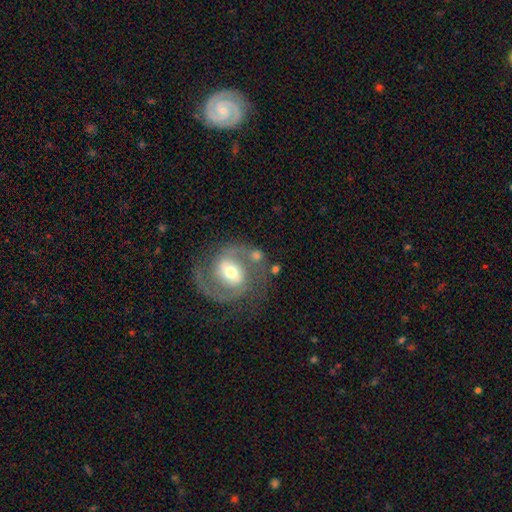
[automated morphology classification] The model was most divided on "bar": weak: 41%, no: 33%, strong: 25%. More confident: edge-on disk — no (97%); spiral arms — yes (93%); spiral arm count — 2 (90%); smooth or featured — featured or disk (81%); merging — none (68%); bulge size — moderate (67%); spiral winding — medium (54%).